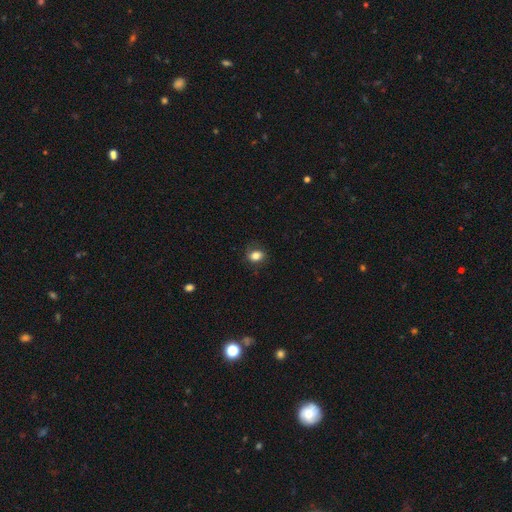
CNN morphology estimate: Smooth or featured: smooth — 81% (star or artifact — 10%)
How rounded: in between — 60% (round — 39%)
Merging: none — 74% (minor disturbance — 18%)